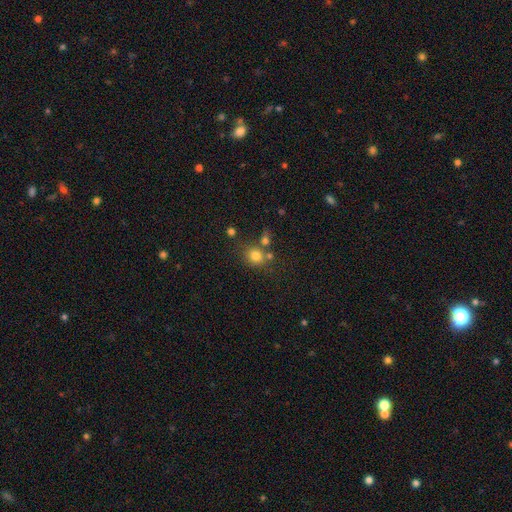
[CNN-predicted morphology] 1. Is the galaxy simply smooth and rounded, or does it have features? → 79% smooth, 13% star or artifact, 8% featured or disk.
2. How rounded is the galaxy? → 78% round, 21% in between, 1% cigar-shaped.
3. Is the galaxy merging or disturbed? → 62% none, 21% merger, 12% minor disturbance, 5% major disturbance.